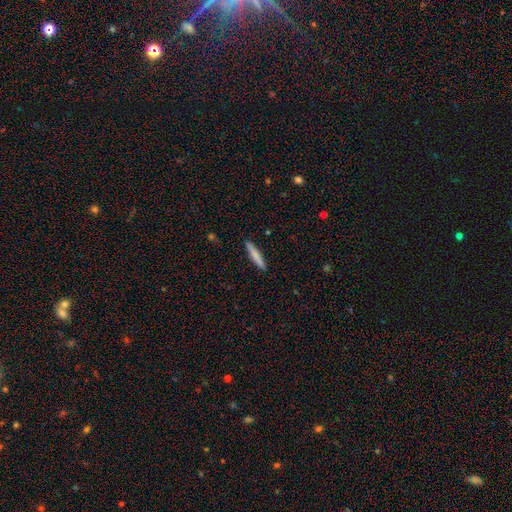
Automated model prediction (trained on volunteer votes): Overall: smooth (76%). How rounded: cigar-shaped (93%). Merging: none (91%).